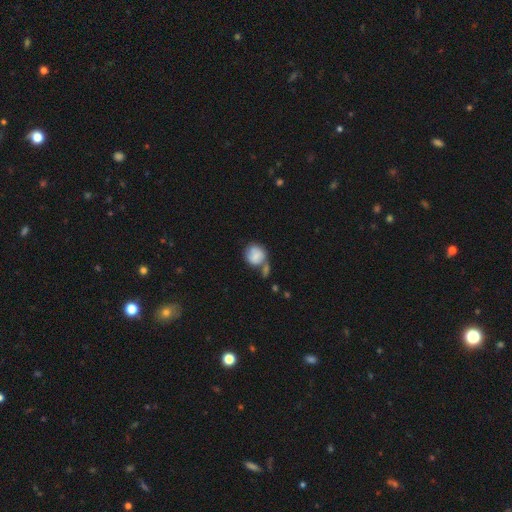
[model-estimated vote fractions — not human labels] smooth 73%, featured or disk 19%, star or artifact 8%. Down the decision tree: how rounded — round (79%); merging — none (36%).